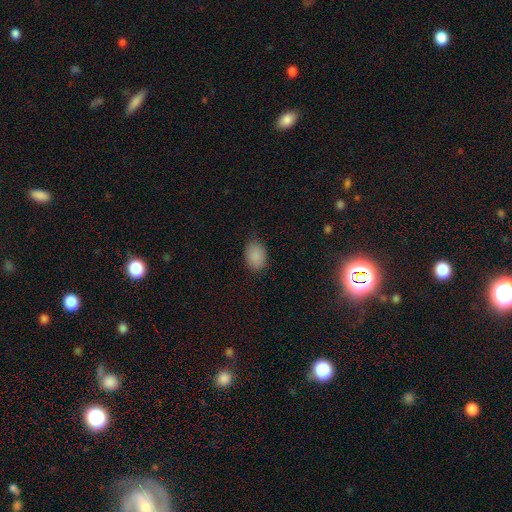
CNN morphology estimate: smooth 88%, star or artifact 9%, featured or disk 4%. Down the decision tree: how rounded — in between (70%); merging — none (79%).